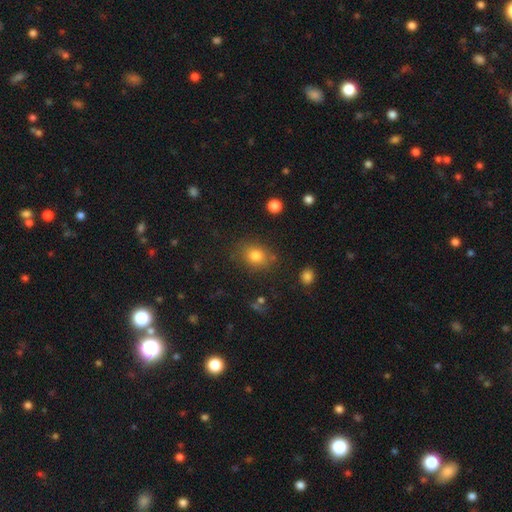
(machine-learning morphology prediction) smooth-or-featured: smooth: 80% | star or artifact: 12% | featured or disk: 8%
  how-rounded: in between: 52% | round: 47% | cigar-shaped: 1%
  merging: none: 78% | minor disturbance: 13% | major disturbance: 4% | merger: 4%